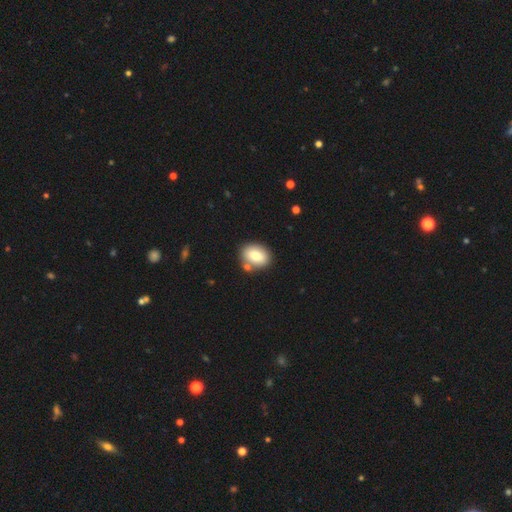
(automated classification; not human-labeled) A smooth galaxy with no disk features (78%) that is in between round and cigar-shaped (65%).

Vote fractions:
- Smooth or featured? smooth: 78% / featured or disk: 14% / star or artifact: 8%
- How rounded? in between: 65% / round: 34% / cigar-shaped: 1%
- Merging? none: 74% / merger: 12% / minor disturbance: 11% / major disturbance: 3%